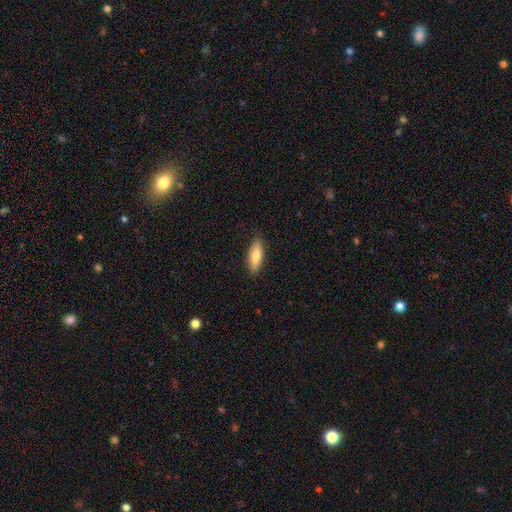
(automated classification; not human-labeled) smooth-or-featured: smooth: 75% | featured or disk: 19% | star or artifact: 6%
  how-rounded: in between: 53% | cigar-shaped: 45% | round: 2%
  merging: none: 87% | minor disturbance: 10% | major disturbance: 2% | merger: 1%